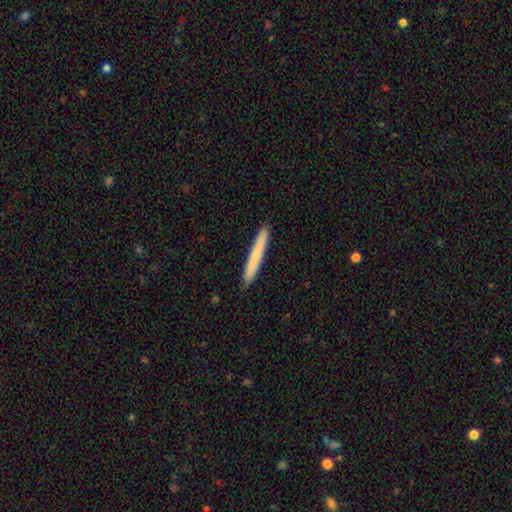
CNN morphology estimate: This is likely a smooth galaxy (70%). How rounded: clearly cigar-shaped (97%). Merging: clearly none (91%).